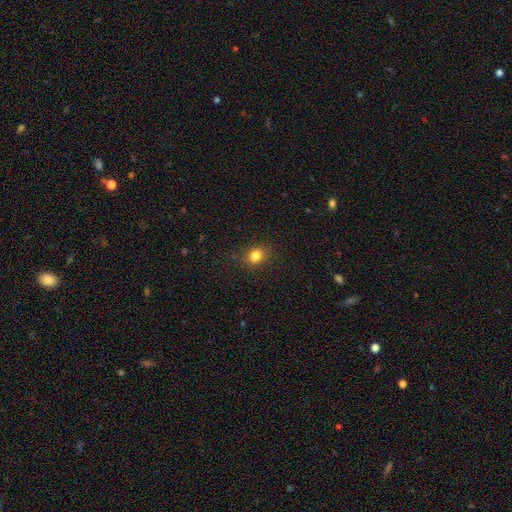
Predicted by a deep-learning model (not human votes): smooth_or_featured: smooth (p=0.82) [alt: star or artifact p=0.12]
how_rounded: round (p=0.60) [alt: in between p=0.39]
merging: none (p=0.86) [alt: minor disturbance p=0.10]